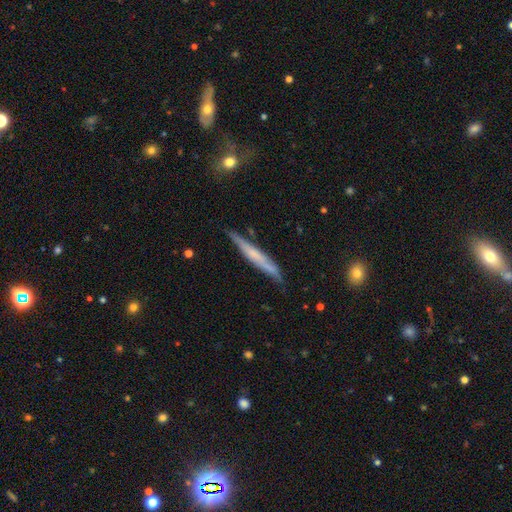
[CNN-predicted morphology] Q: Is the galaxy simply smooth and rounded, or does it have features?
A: featured or disk — 51%.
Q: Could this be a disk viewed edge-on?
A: yes — 92%.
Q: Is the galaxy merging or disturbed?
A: none — 78%.